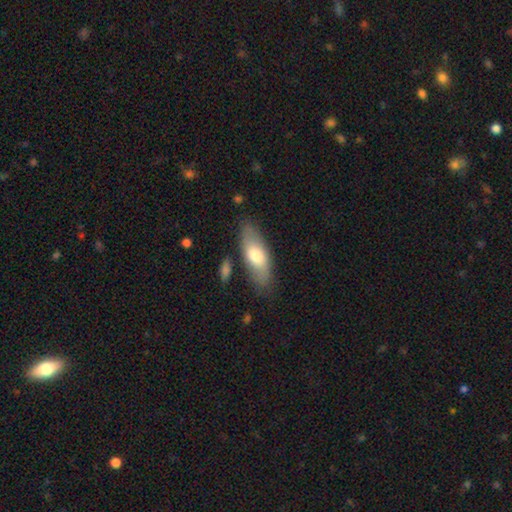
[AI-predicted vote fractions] Q: Smooth or featured?
A: smooth (67%); runner-up: featured or disk (27%)
Q: How rounded?
A: in between (73%); runner-up: cigar-shaped (25%)
Q: Merging?
A: none (78%); runner-up: minor disturbance (15%)